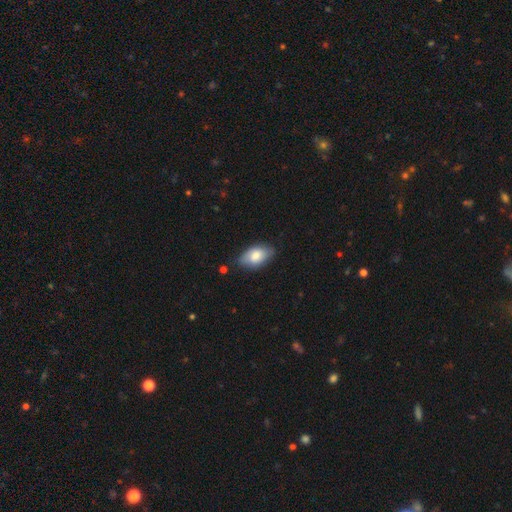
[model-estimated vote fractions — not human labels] Smooth or featured: smooth — 78% (featured or disk — 16%)
How rounded: in between — 93% (round — 5%)
Merging: none — 75% (minor disturbance — 20%)